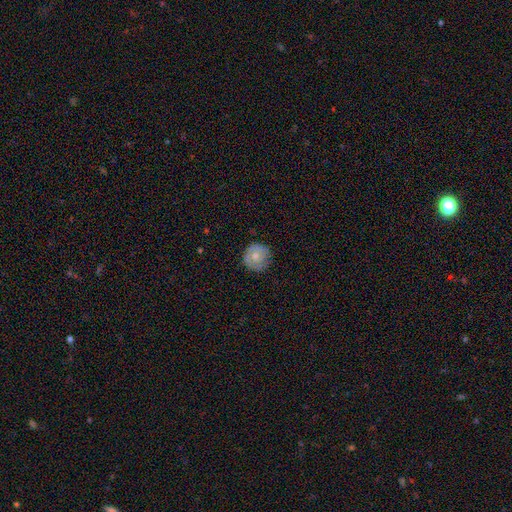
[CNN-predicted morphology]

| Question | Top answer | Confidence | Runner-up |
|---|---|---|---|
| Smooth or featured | smooth | 59% | featured or disk (34%) |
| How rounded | round | 93% | in between (6%) |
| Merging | none | 80% | minor disturbance (15%) |